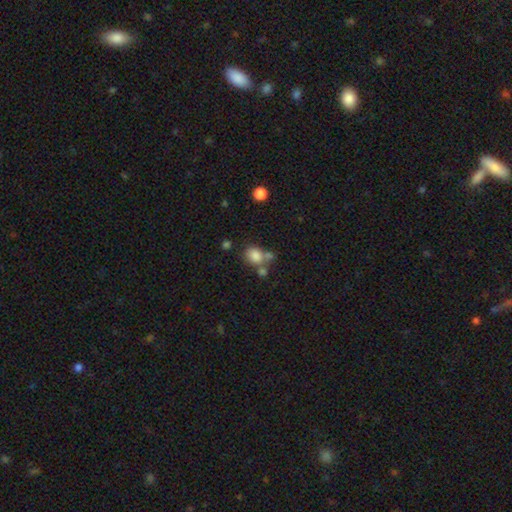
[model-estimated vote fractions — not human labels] Smooth or featured? Predicted: smooth (p=0.80). How rounded? Predicted: round (p=0.61). Merging? Predicted: none (p=0.48).